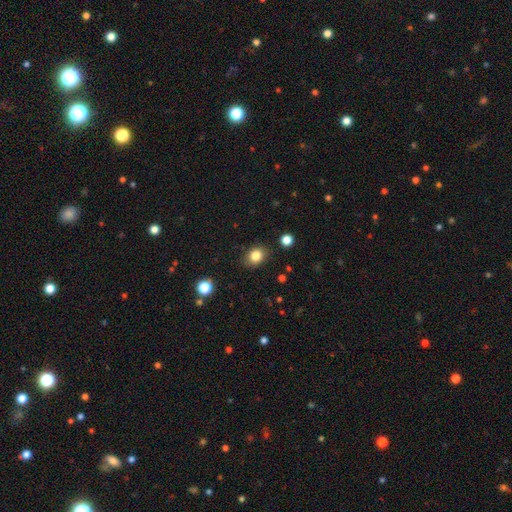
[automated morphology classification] Smooth or featured?
  - smooth: 83% *
  - star or artifact: 11%
  - featured or disk: 6%
How rounded?
  - round: 53% *
  - in between: 46%
  - cigar-shaped: 1%
Merging?
  - none: 85% *
  - minor disturbance: 10%
  - major disturbance: 3%
  - merger: 2%